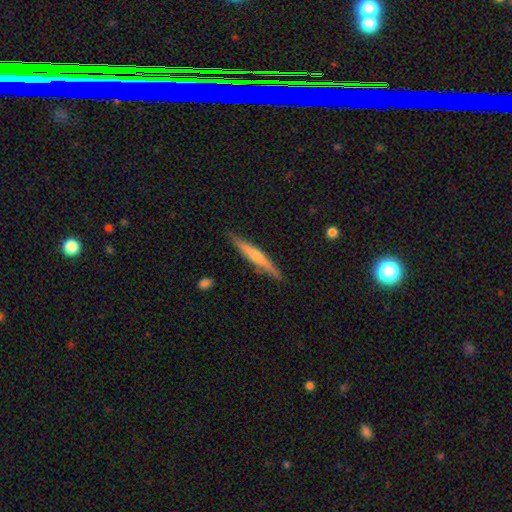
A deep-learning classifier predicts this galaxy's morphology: This appears to be a smooth galaxy with no disk features (52%) that is cigar-shaped (95%). Merging: none (84%).